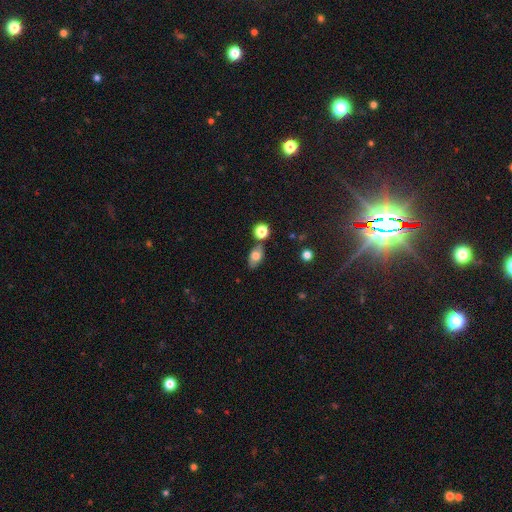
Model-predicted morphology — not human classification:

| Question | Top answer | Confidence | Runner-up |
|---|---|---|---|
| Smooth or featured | smooth | 71% | featured or disk (18%) |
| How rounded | in between | 81% | round (15%) |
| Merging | none | 70% | minor disturbance (15%) |